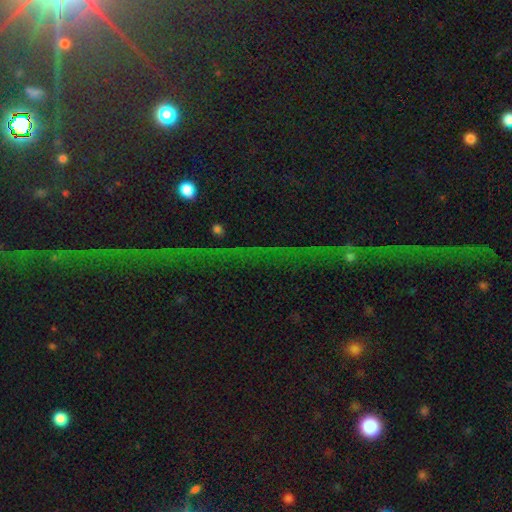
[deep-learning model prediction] star or artifact 82%, featured or disk 10%, smooth 8%.